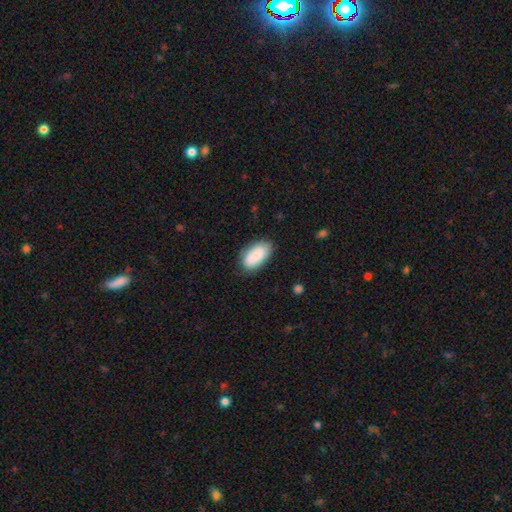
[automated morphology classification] Smooth or featured? smooth (79%)
How rounded? in between (93%)
Merging? none (73%)